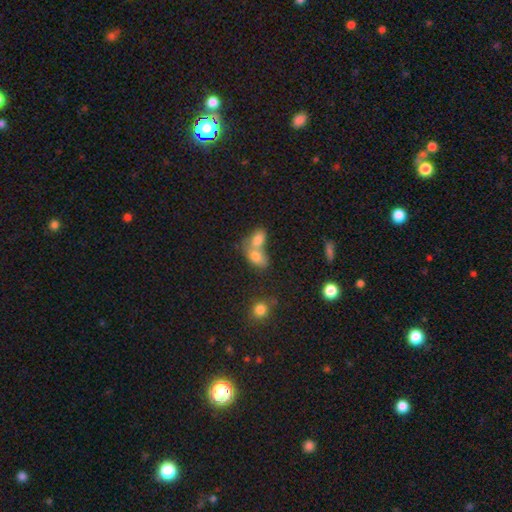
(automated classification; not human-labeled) This appears to be a smooth galaxy with no disk features (75%) that is in between round and cigar-shaped (84%). Merging: merger (69%).